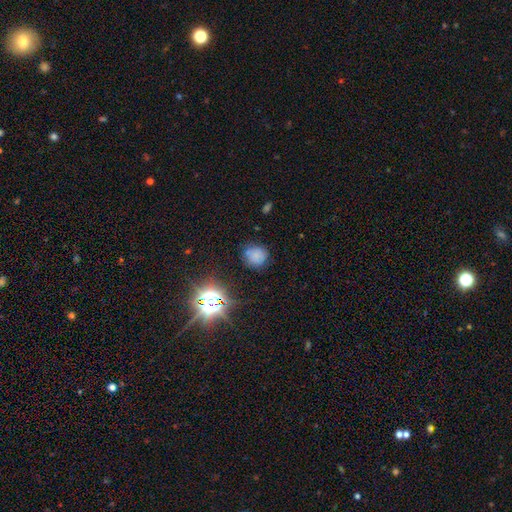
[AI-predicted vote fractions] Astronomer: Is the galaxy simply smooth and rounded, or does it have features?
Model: smooth — 70%.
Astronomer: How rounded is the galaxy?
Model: round — 86%.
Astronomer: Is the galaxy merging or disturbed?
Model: none — 74%.